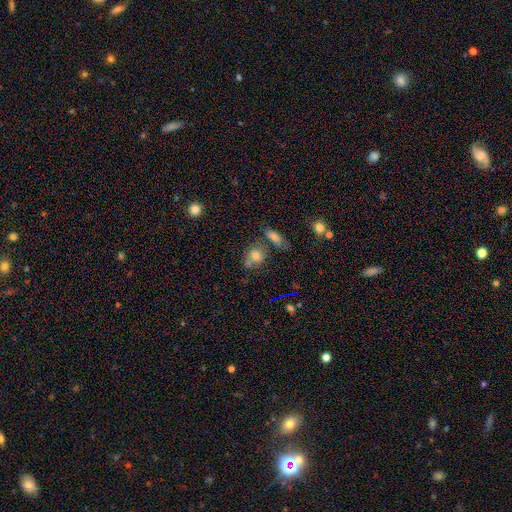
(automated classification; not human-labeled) The model was most divided on "how rounded": round: 60%, in between: 37%, cigar-shaped: 3%. More confident: smooth or featured — smooth (71%); merging — none (53%).